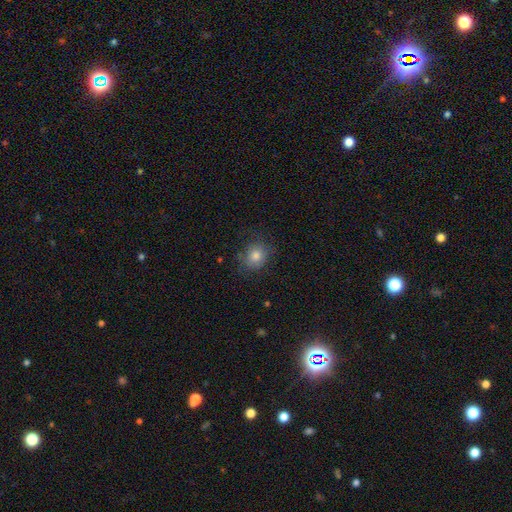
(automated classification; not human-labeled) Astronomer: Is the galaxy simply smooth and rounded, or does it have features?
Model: smooth — 78%.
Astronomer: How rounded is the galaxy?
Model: round — 74%.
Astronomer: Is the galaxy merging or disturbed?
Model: none — 76%.